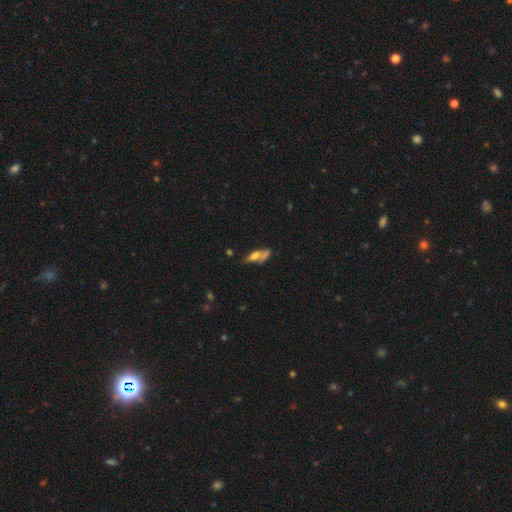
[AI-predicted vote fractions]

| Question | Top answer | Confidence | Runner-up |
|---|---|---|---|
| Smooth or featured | smooth | 51% | featured or disk (39%) |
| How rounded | in between | 56% | cigar-shaped (41%) |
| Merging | none | 39% | merger (26%) |